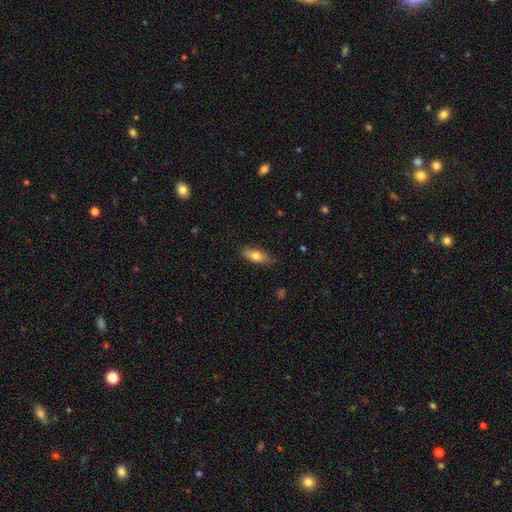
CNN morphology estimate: smooth-or-featured: smooth: 73% | featured or disk: 20% | star or artifact: 7%
  how-rounded: in between: 71% | cigar-shaped: 25% | round: 3%
  merging: none: 79% | minor disturbance: 17% | major disturbance: 3% | merger: 1%